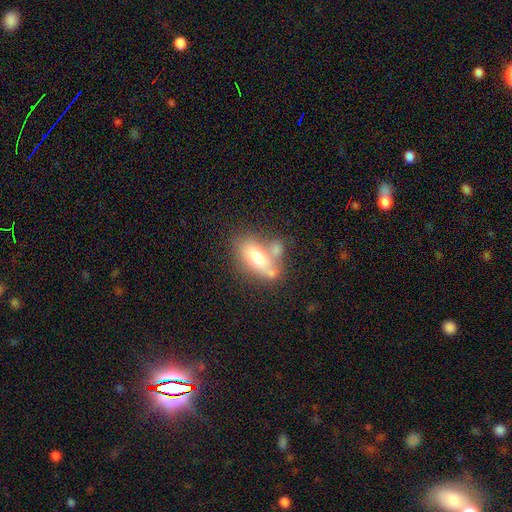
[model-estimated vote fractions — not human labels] The model was most divided on "merging": none: 40%, merger: 34%, minor disturbance: 17%, major disturbance: 9%. More confident: how rounded — in between (84%); smooth or featured — smooth (65%).